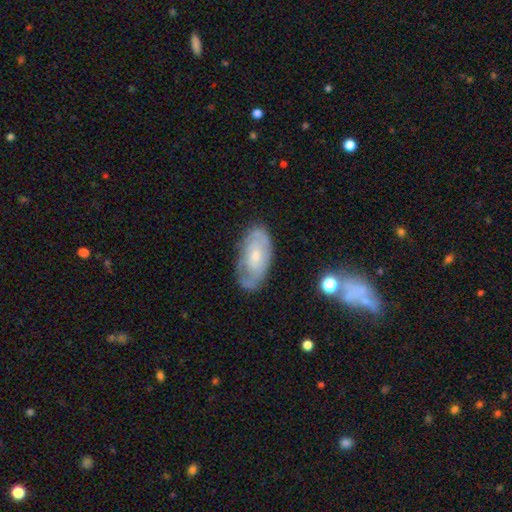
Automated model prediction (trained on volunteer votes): Smooth or featured? featured or disk (61%)
Edge-on disk? no (92%)
Bar? no (69%)
Spiral arms? yes (68%)
Bulge size? small (55%)
Merging? none (66%)